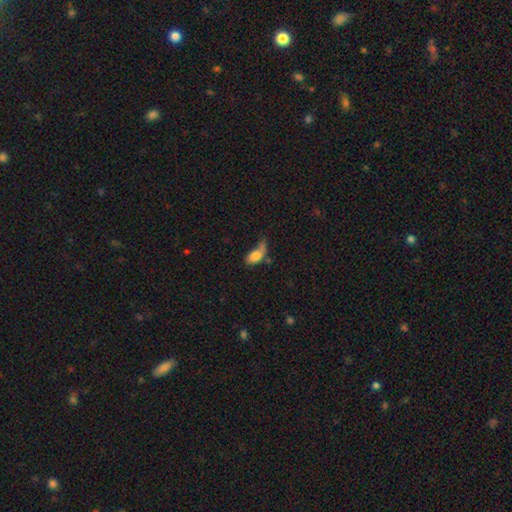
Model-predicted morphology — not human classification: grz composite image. It shows a smooth galaxy with no disk features (73%) that is in between round and cigar-shaped (85%). Merging: major disturbance (34%).